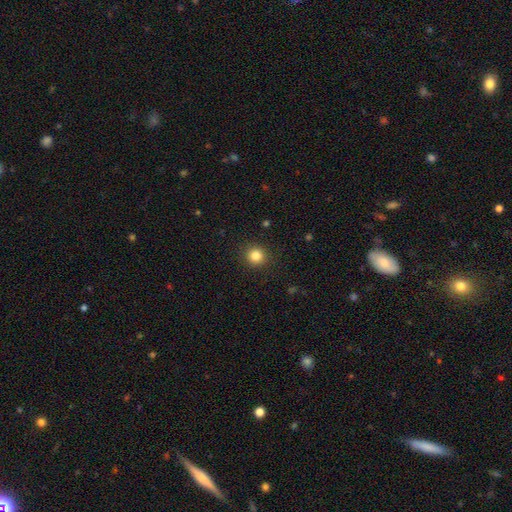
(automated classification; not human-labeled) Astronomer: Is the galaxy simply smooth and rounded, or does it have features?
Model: smooth — 83%.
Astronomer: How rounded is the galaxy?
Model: round — 93%.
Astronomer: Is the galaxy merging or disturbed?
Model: none — 91%.